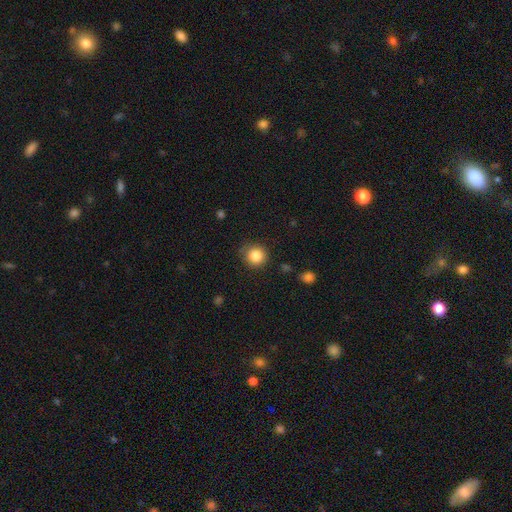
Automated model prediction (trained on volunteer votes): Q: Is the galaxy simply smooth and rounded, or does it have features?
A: smooth — 85%.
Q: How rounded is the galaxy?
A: round — 91%.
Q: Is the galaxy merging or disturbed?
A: none — 81%.